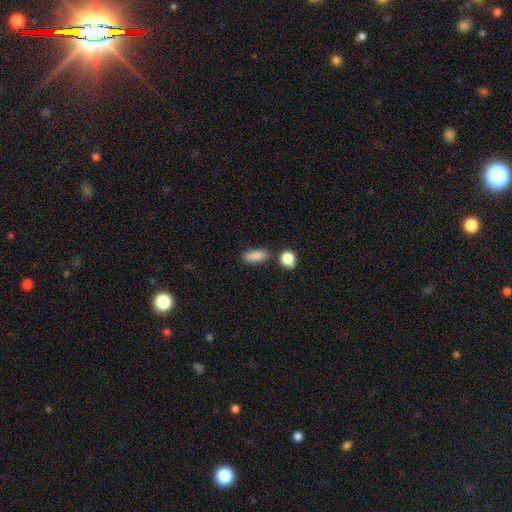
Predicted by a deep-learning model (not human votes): Smooth or featured?
  - smooth: 88% *
  - star or artifact: 8%
  - featured or disk: 5%
How rounded?
  - in between: 80% *
  - cigar-shaped: 14%
  - round: 6%
Merging?
  - none: 76% *
  - minor disturbance: 12%
  - merger: 8%
  - major disturbance: 3%